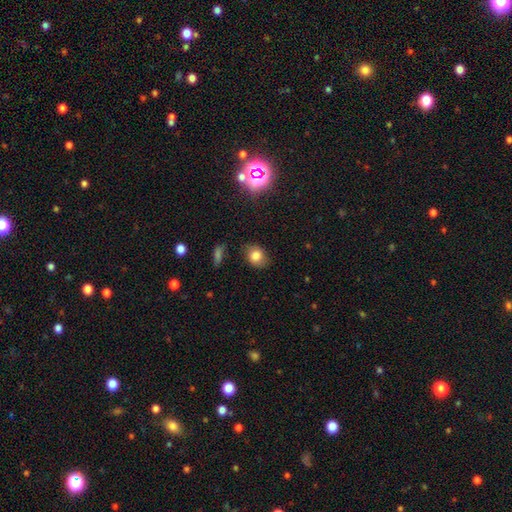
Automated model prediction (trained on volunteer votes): Overall: smooth (78%). How rounded: in between (50%; round 48%). Merging: none (78%).